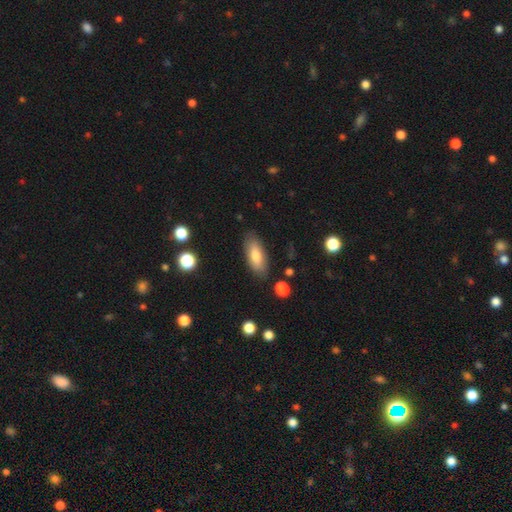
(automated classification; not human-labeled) Smooth or featured: smooth — 76% (featured or disk — 18%)
How rounded: in between — 78% (cigar-shaped — 20%)
Merging: none — 83% (minor disturbance — 12%)